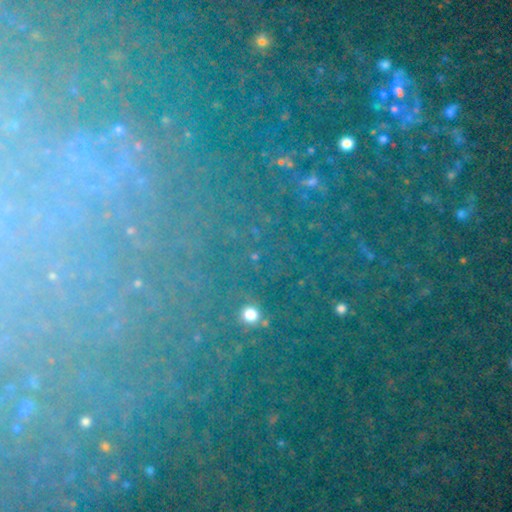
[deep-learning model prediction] star or artifact 72%, smooth 17%, featured or disk 11%.